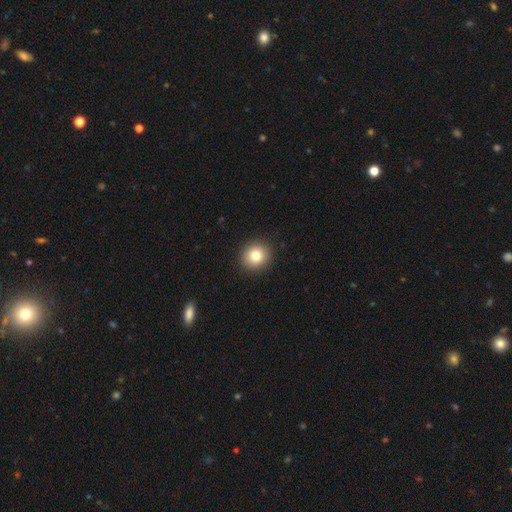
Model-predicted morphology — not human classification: smooth 81%, star or artifact 10%, featured or disk 8%. Down the decision tree: how rounded — round (88%); merging — none (92%).